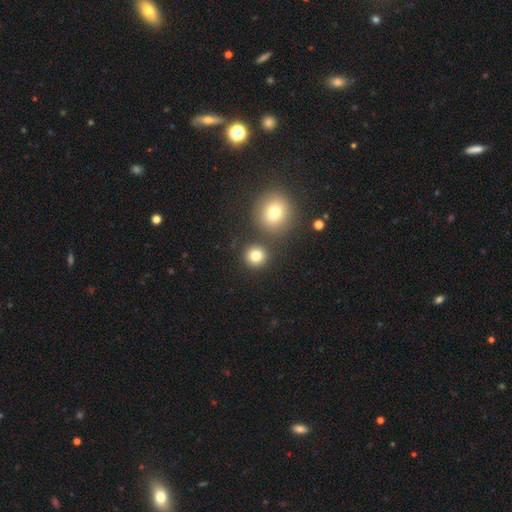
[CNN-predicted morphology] A smooth galaxy with no disk features (80%) that is round (92%).

Vote fractions:
- Smooth or featured? smooth: 80% / star or artifact: 13% / featured or disk: 7%
- How rounded? round: 92% / in between: 7% / cigar-shaped: 1%
- Merging? none: 82% / merger: 9% / minor disturbance: 6% / major disturbance: 3%